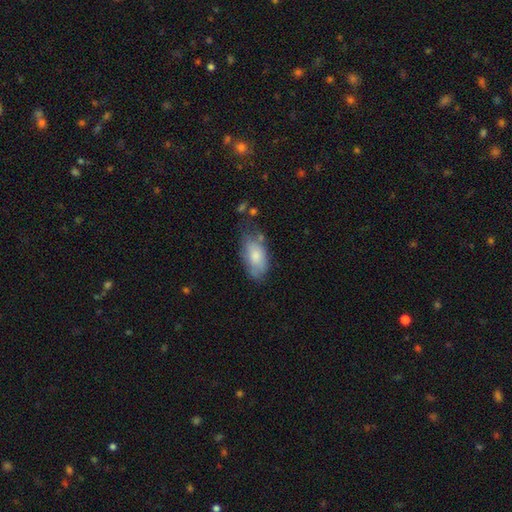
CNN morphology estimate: Smooth or featured? smooth (76%)
How rounded? in between (93%)
Merging? none (50%)